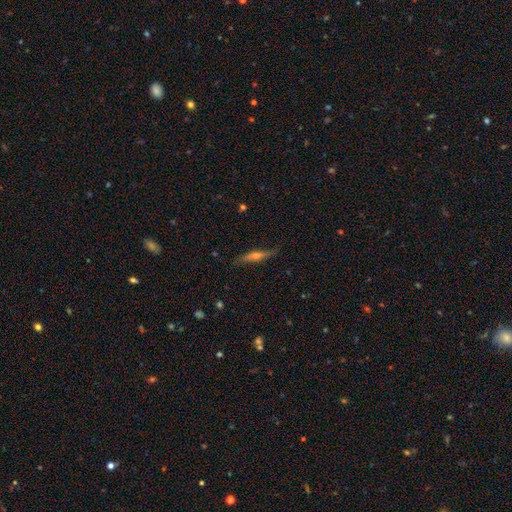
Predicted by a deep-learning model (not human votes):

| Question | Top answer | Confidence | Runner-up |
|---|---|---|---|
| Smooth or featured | featured or disk | 62% | smooth (30%) |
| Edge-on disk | yes | 90% | no (10%) |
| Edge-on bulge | rounded | 73% | none (17%) |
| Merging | none | 81% | minor disturbance (14%) |